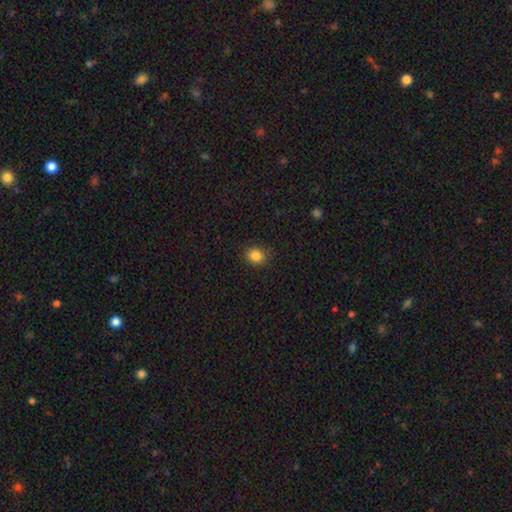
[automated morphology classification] Smooth or featured?
  - smooth: 85% *
  - star or artifact: 11%
  - featured or disk: 4%
How rounded?
  - round: 70% *
  - in between: 30%
  - cigar-shaped: 1%
Merging?
  - none: 87% *
  - minor disturbance: 9%
  - major disturbance: 3%
  - merger: 1%